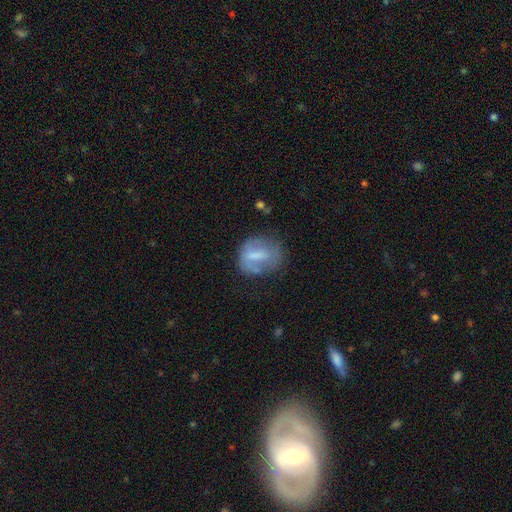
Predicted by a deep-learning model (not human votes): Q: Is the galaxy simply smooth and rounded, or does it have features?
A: smooth — 50%.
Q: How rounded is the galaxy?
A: round — 51%.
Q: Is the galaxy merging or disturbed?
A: none — 50%.